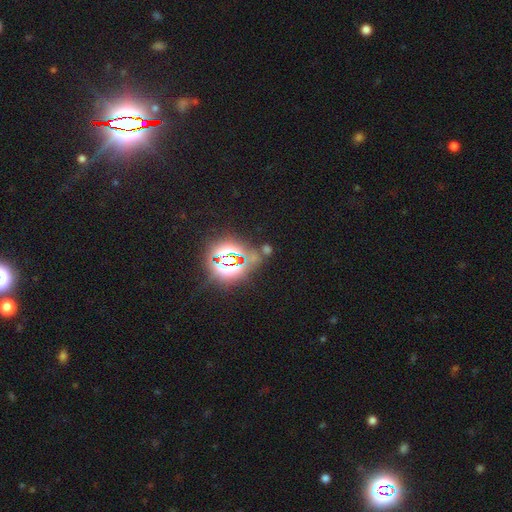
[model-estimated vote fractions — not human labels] Overall: star or artifact (79%).